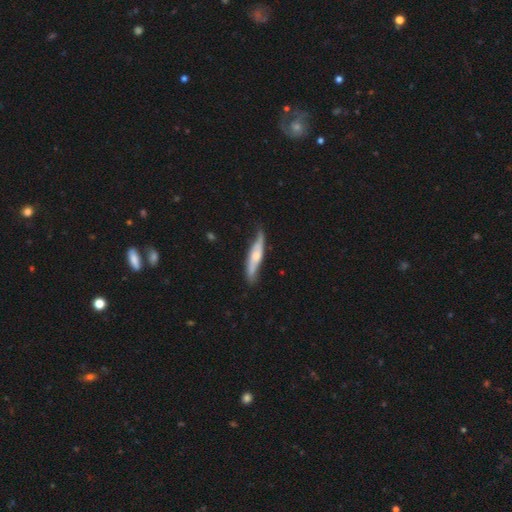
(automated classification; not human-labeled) Q: Smooth or featured?
A: featured or disk (55%); runner-up: smooth (40%)
Q: Edge-on disk?
A: yes (57%); runner-up: no (43%)
Q: Merging?
A: none (65%); runner-up: minor disturbance (28%)